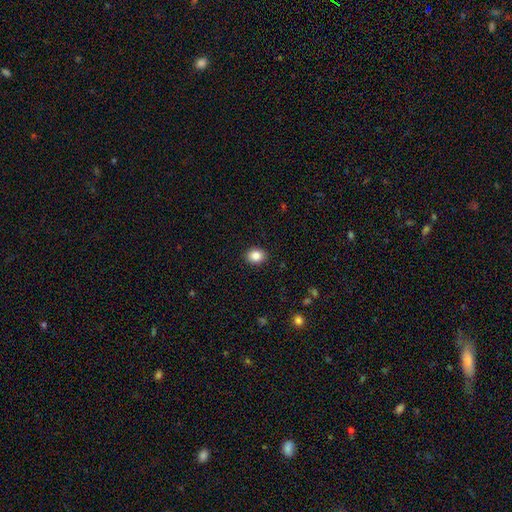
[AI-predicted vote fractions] A smooth galaxy with no disk features (86%) that is in between round and cigar-shaped (52%).

Vote fractions:
- Smooth or featured? smooth: 86% / star or artifact: 9% / featured or disk: 5%
- How rounded? in between: 52% / round: 47% / cigar-shaped: 1%
- Merging? none: 91% / minor disturbance: 6% / major disturbance: 2% / merger: 1%